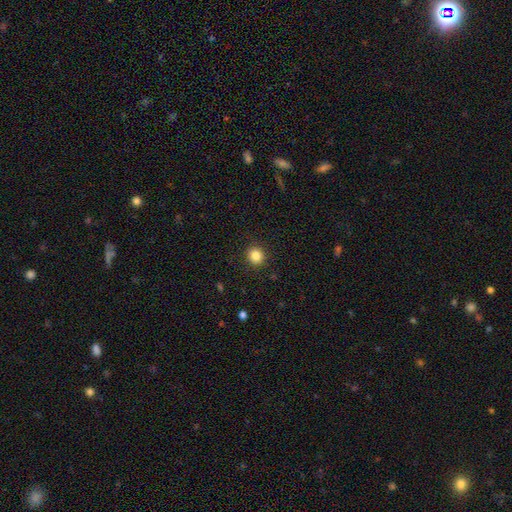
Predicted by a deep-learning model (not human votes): This is clearly a smooth galaxy (84%). How rounded: clearly round (91%). Merging: clearly none (91%).